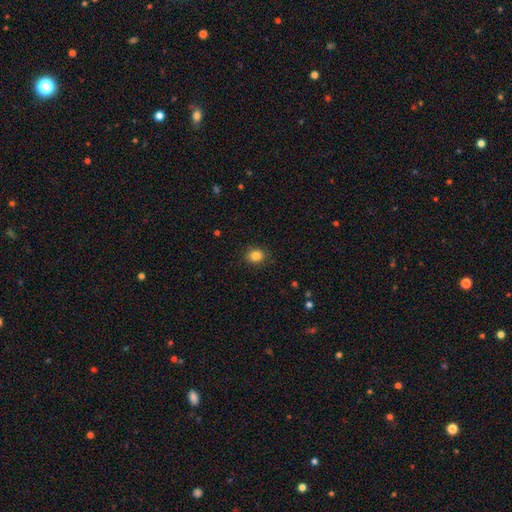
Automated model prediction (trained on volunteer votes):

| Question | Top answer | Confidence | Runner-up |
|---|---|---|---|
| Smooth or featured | smooth | 85% | star or artifact (11%) |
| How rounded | round | 61% | in between (38%) |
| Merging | none | 89% | minor disturbance (8%) |